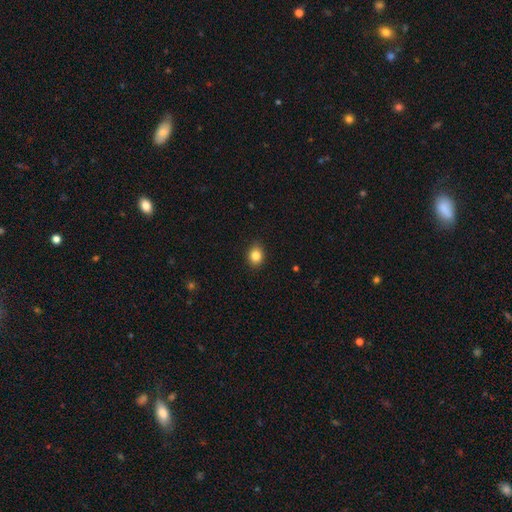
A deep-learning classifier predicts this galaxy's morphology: smooth 84%, star or artifact 10%, featured or disk 6%. Down the decision tree: how rounded — round (55%); merging — none (89%).